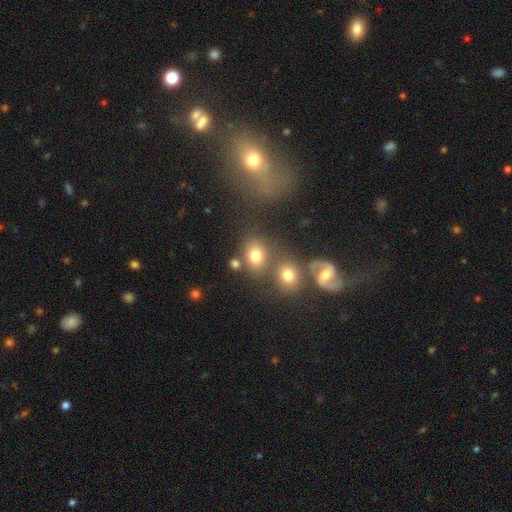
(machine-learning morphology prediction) A smooth galaxy with no disk features (72%) that is in between round and cigar-shaped (55%). Merging: none (59%).